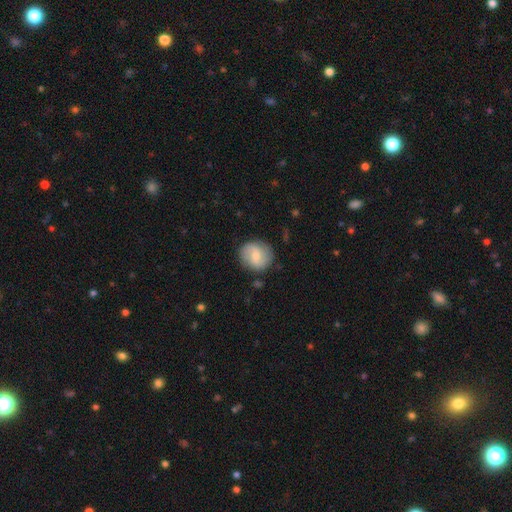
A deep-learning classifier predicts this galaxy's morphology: Q: Smooth or featured?
A: featured or disk (49%); runner-up: smooth (45%)
Q: Merging?
A: none (82%); runner-up: minor disturbance (12%)